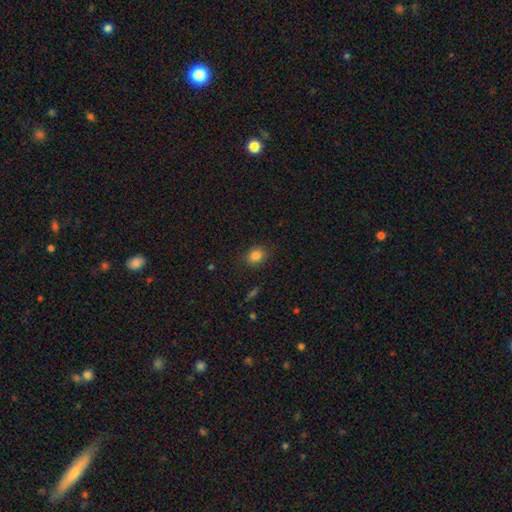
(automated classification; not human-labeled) The model was most divided on "how rounded": round: 63%, in between: 36%, cigar-shaped: 1%. More confident: merging — none (86%); smooth or featured — smooth (83%).